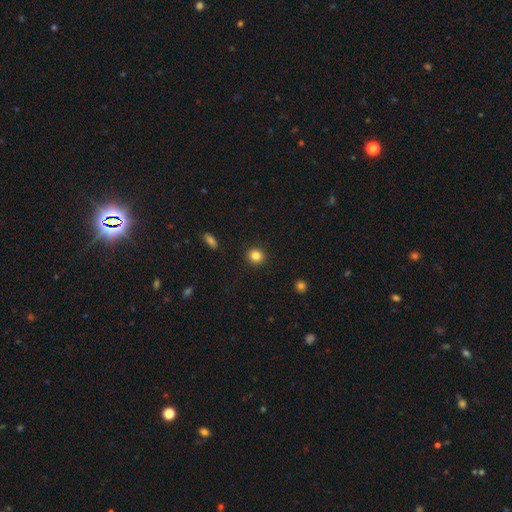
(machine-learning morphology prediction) smooth_or_featured: smooth (p=0.84) [alt: star or artifact p=0.11]
how_rounded: round (p=0.88) [alt: in between p=0.11]
merging: none (p=0.92) [alt: minor disturbance p=0.05]